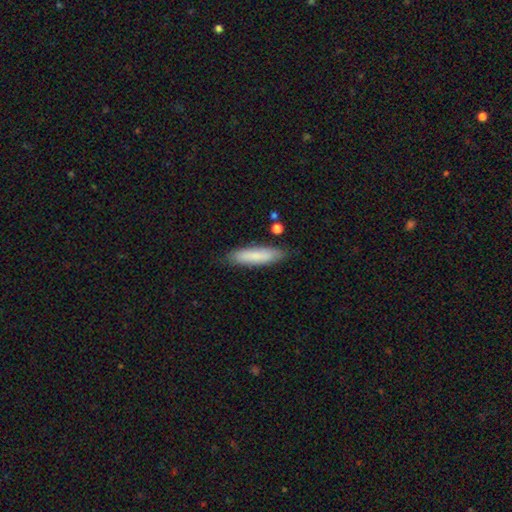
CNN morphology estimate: smooth_or_featured: smooth (p=0.82) [alt: featured or disk p=0.12]
how_rounded: cigar-shaped (p=0.76) [alt: in between p=0.22]
merging: none (p=0.83) [alt: minor disturbance p=0.12]